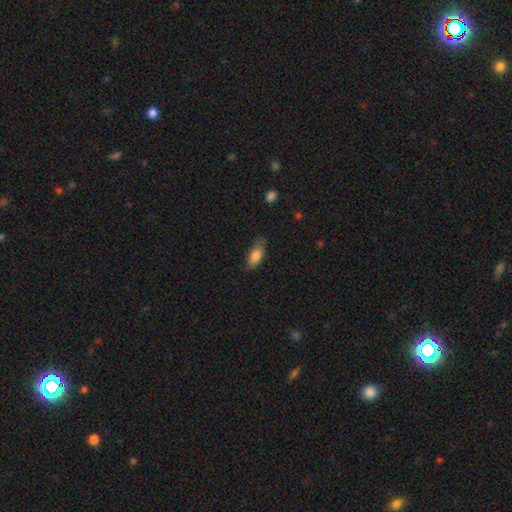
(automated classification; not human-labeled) The model was most divided on "merging": none: 64%, minor disturbance: 28%, major disturbance: 7%, merger: 2%. More confident: smooth or featured — smooth (80%); how rounded — in between (78%).